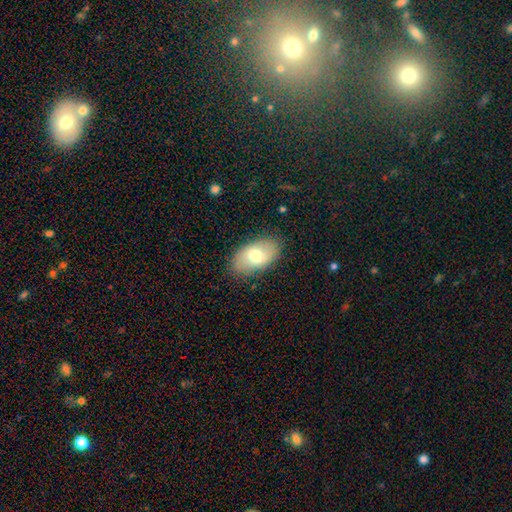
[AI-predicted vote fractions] This is likely a smooth galaxy (66%). How rounded: clearly in between (93%). Merging: clearly none (85%).